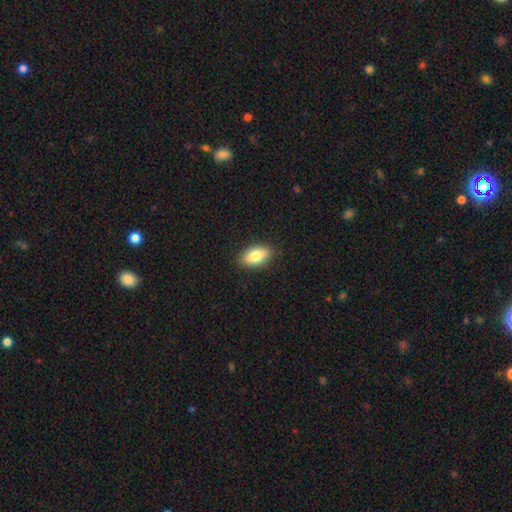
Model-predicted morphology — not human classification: Overall: smooth (82%). How rounded: in between (91%). Merging: none (88%).